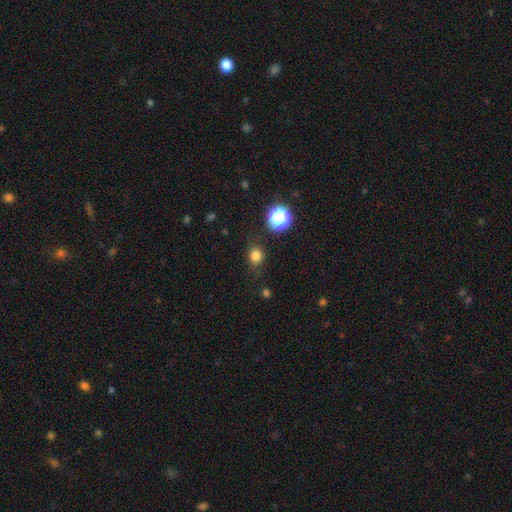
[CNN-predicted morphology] Overall: smooth (80%). How rounded: round (69%; in between 30%). Merging: none (80%).